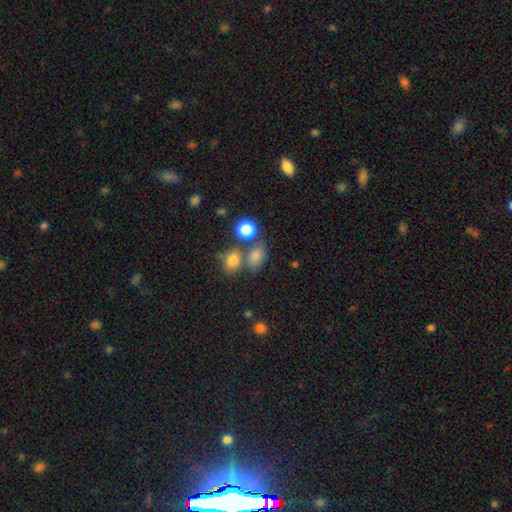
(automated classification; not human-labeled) smooth 79%, star or artifact 13%, featured or disk 8%. Down the decision tree: how rounded — in between (70%); merging — none (51%).